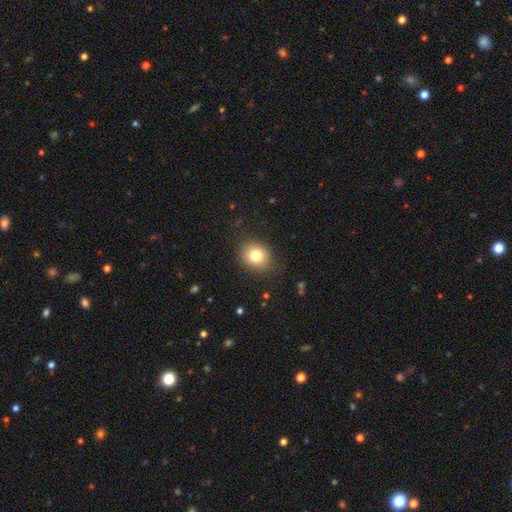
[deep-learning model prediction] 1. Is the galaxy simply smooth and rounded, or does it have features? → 80% smooth, 11% star or artifact, 9% featured or disk.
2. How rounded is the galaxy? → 66% round, 33% in between, 1% cigar-shaped.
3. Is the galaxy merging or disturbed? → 85% none, 11% minor disturbance, 3% major disturbance, 1% merger.